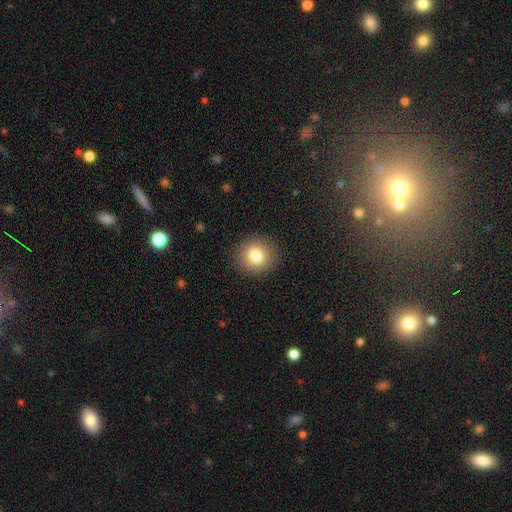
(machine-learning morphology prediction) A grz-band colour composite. It shows a smooth galaxy with no disk features (81%) that is round (87%). Merging: none (90%).